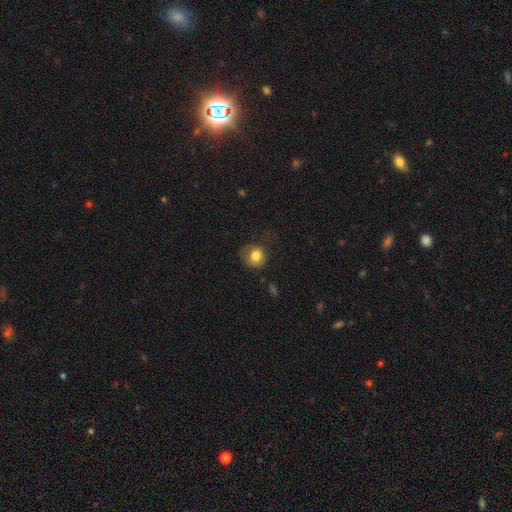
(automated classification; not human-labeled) This is clearly a smooth galaxy (80%). How rounded: likely round (77%). Merging: possibly none (52%).